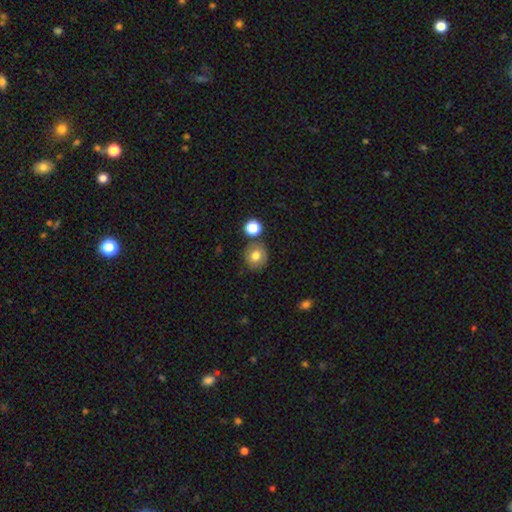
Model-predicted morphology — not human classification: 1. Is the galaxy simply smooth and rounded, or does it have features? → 73% smooth, 16% featured or disk, 11% star or artifact.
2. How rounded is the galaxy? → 85% round, 14% in between, 1% cigar-shaped.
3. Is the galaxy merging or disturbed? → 78% none, 11% minor disturbance, 8% merger, 3% major disturbance.